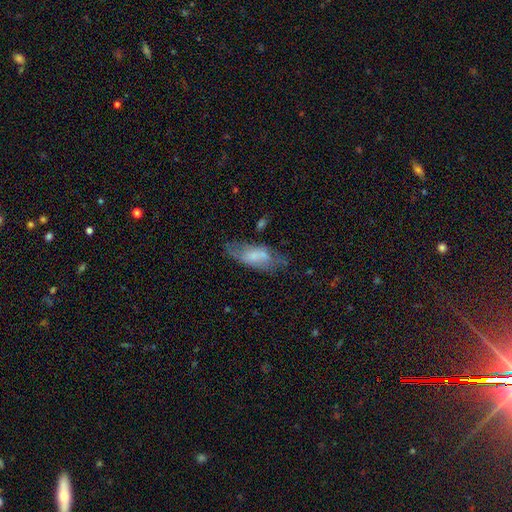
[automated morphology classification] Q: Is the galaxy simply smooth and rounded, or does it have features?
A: smooth — 55%.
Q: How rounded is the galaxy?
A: in between — 77%.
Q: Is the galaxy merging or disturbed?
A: none — 52%.